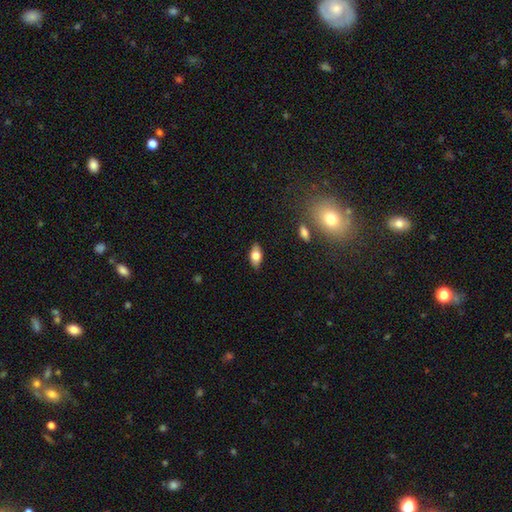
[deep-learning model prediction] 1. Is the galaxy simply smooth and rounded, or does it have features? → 71% smooth, 22% featured or disk, 8% star or artifact.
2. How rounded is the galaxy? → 88% in between, 8% cigar-shaped, 5% round.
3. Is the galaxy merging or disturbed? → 86% none, 10% minor disturbance, 2% major disturbance, 1% merger.